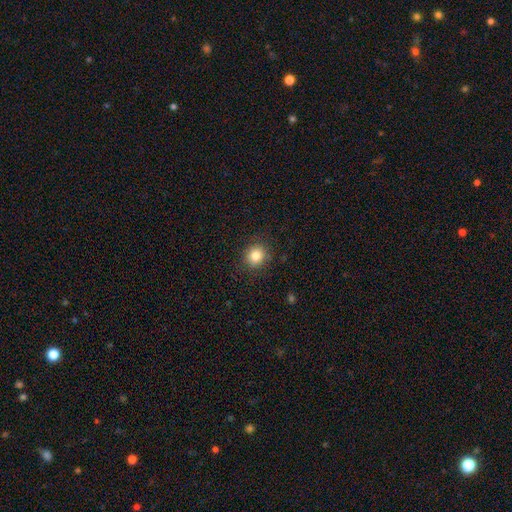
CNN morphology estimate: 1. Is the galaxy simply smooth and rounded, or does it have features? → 83% smooth, 11% star or artifact, 6% featured or disk.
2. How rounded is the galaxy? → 84% round, 15% in between, 1% cigar-shaped.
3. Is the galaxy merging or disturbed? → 88% none, 8% minor disturbance, 3% major disturbance, 1% merger.